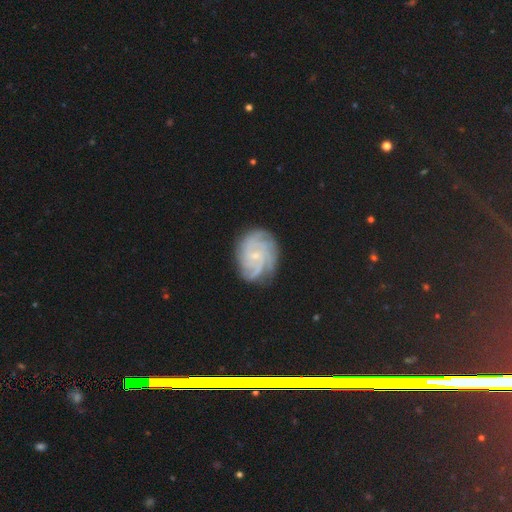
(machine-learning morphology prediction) Smooth or featured? Predicted: featured or disk (p=0.83). Edge-on disk? Predicted: no (p=0.98). Bar? Predicted: no (p=0.69). Spiral arms? Predicted: yes (p=0.97). Spiral winding? Predicted: tight (p=0.62). Spiral arm count? Predicted: 4 (p=0.30). Bulge size? Predicted: small (p=0.79). Merging? Predicted: none (p=0.77).